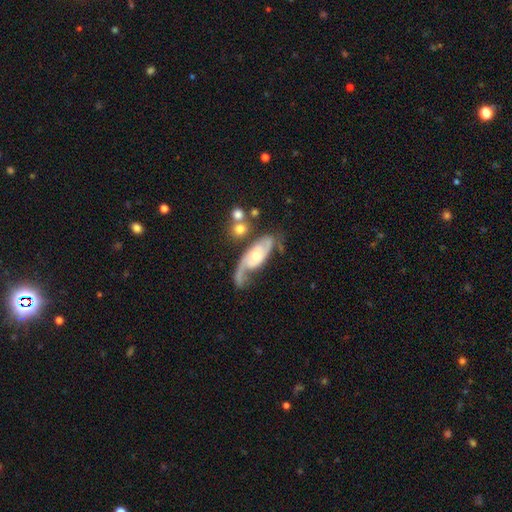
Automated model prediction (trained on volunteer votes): smooth_or_featured: featured or disk (p=0.82) [alt: smooth p=0.13]
disk_edge_on: no (p=0.91) [alt: yes p=0.09]
bar: no (p=0.67) [alt: weak p=0.25]
has_spiral_arms: yes (p=0.93) [alt: no p=0.07]
spiral_winding: medium (p=0.41) [alt: tight p=0.31]
spiral_arm_count: 2 (p=0.68) [alt: 1 p=0.18]
bulge_size: moderate (p=0.55) [alt: small p=0.37]
merging: none (p=0.45) [alt: minor disturbance p=0.22]